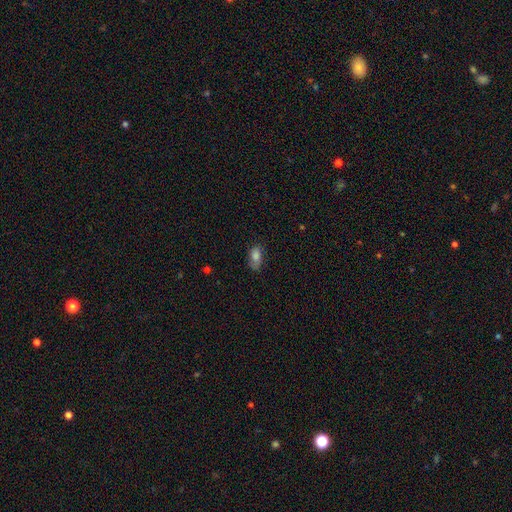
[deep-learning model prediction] A smooth galaxy with no disk features (81%) that is in between round and cigar-shaped (88%).

Vote fractions:
- Smooth or featured? smooth: 81% / featured or disk: 10% / star or artifact: 9%
- How rounded? in between: 88% / round: 6% / cigar-shaped: 6%
- Merging? none: 63% / minor disturbance: 28% / major disturbance: 7% / merger: 2%